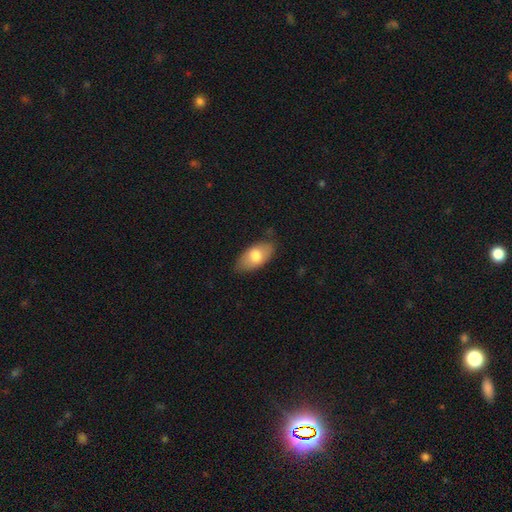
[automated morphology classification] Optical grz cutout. It shows a smooth galaxy with no disk features (73%) that is in between round and cigar-shaped (93%). Merging: none (80%).